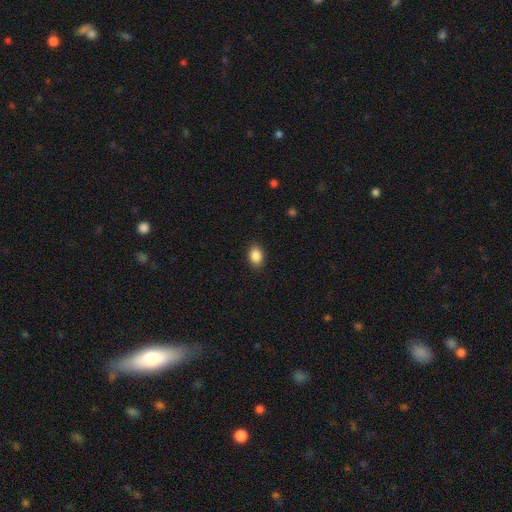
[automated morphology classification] Smooth or featured?
  - smooth: 88% *
  - star or artifact: 8%
  - featured or disk: 4%
How rounded?
  - in between: 74% *
  - round: 25%
  - cigar-shaped: 1%
Merging?
  - none: 88% *
  - minor disturbance: 9%
  - major disturbance: 2%
  - merger: 1%